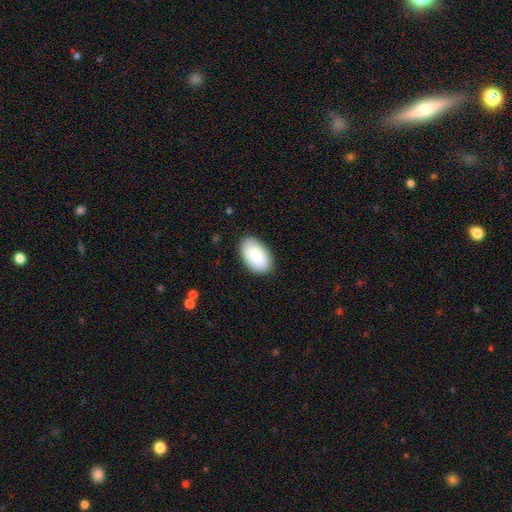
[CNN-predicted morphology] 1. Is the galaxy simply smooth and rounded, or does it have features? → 86% smooth, 8% featured or disk, 6% star or artifact.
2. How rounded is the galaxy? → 94% in between, 4% round, 1% cigar-shaped.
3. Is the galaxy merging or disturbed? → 86% none, 11% minor disturbance, 2% major disturbance, 1% merger.